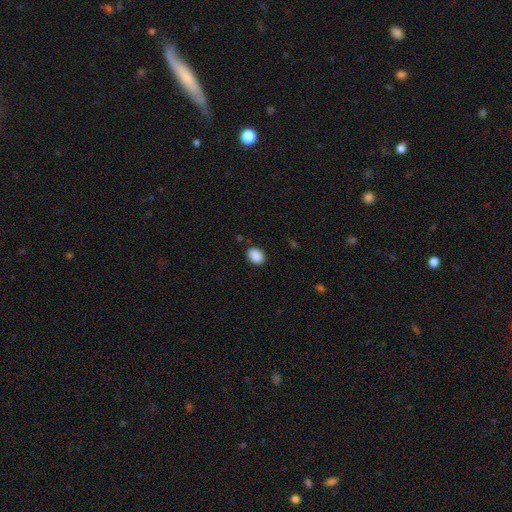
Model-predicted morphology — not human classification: smooth-or-featured: smooth: 89% | star or artifact: 8% | featured or disk: 3%
  how-rounded: in between: 68% | round: 31% | cigar-shaped: 1%
  merging: none: 85% | minor disturbance: 11% | major disturbance: 3% | merger: 2%